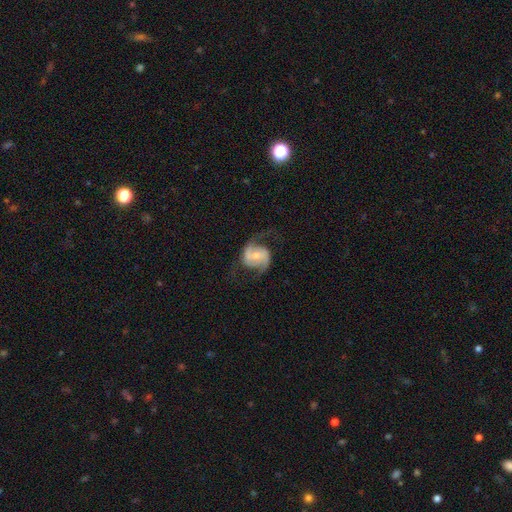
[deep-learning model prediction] Morphology: type=featured or disk (83%); edge-on=no (98%); bar=no (43%); spiral arms=yes (96%); winding=medium (45%); arm count=2 (92%); bulge=small (48%); merging=none (71%).